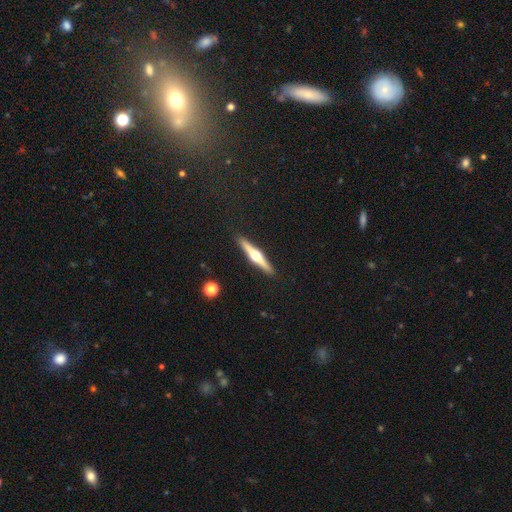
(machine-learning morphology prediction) This is likely a featured or disk galaxy (73%). It is clearly viewed edge-on (98%). Edge-on bulge: clearly rounded (95%). Merging: clearly none (92%).